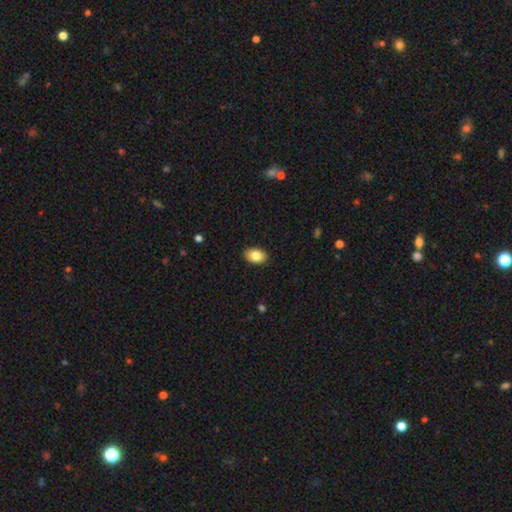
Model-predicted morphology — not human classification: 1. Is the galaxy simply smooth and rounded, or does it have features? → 84% smooth, 8% featured or disk, 7% star or artifact.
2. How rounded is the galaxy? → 86% in between, 13% round, 1% cigar-shaped.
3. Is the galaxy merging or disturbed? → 90% none, 8% minor disturbance, 2% major disturbance, 1% merger.